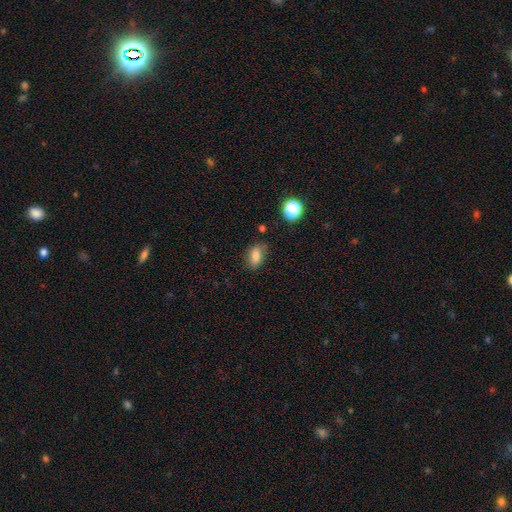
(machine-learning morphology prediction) Q: Smooth or featured?
A: smooth (79%); runner-up: star or artifact (11%)
Q: How rounded?
A: in between (83%); runner-up: round (13%)
Q: Merging?
A: none (74%); runner-up: minor disturbance (19%)